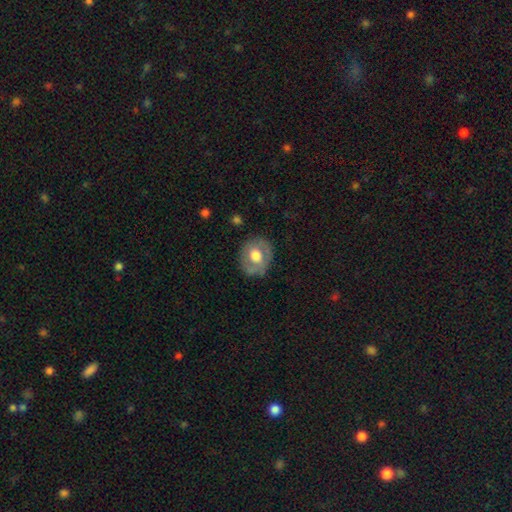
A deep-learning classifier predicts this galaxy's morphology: Smooth or featured?
  - smooth: 53% *
  - featured or disk: 40%
  - star or artifact: 7%
How rounded?
  - round: 67% *
  - in between: 32%
  - cigar-shaped: 1%
Merging?
  - none: 77% *
  - minor disturbance: 16%
  - major disturbance: 5%
  - merger: 1%